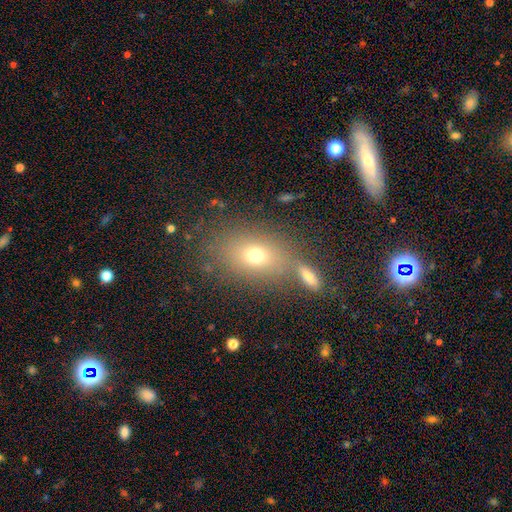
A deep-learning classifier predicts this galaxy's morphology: This is likely a smooth galaxy (68%). How rounded: likely in between (72%). Merging: likely none (65%).